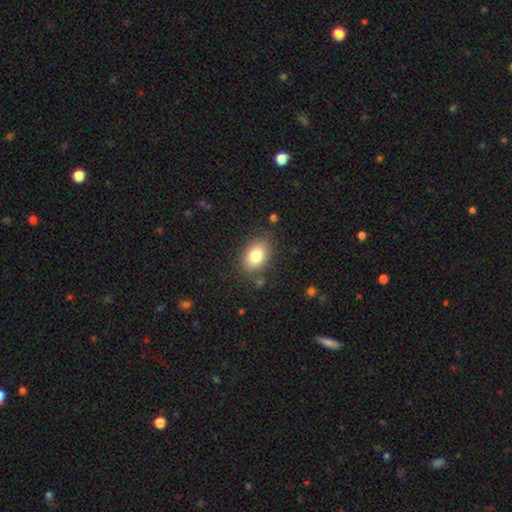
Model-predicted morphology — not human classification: smooth_or_featured: smooth (p=0.82) [alt: featured or disk p=0.10]
how_rounded: in between (p=0.83) [alt: round p=0.16]
merging: none (p=0.81) [alt: minor disturbance p=0.13]